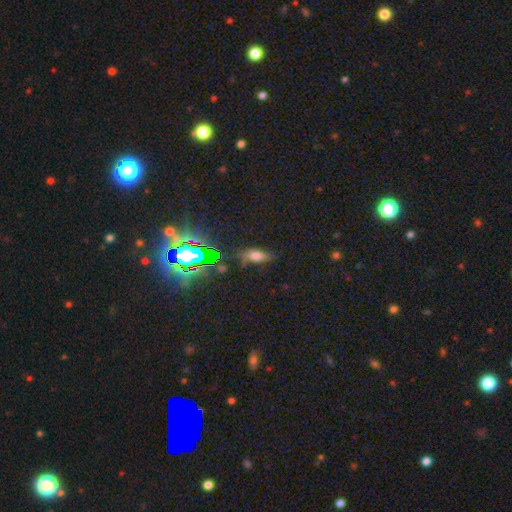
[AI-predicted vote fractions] smooth-or-featured: smooth: 58% | star or artifact: 26% | featured or disk: 16%
  how-rounded: in between: 72% | cigar-shaped: 21% | round: 7%
  merging: none: 67% | minor disturbance: 21% | major disturbance: 8% | merger: 3%